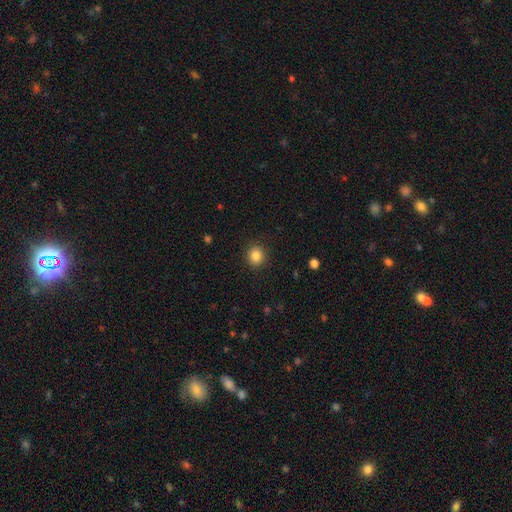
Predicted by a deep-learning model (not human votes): A smooth galaxy with no disk features (85%) that is round (83%). Merging: none (90%).